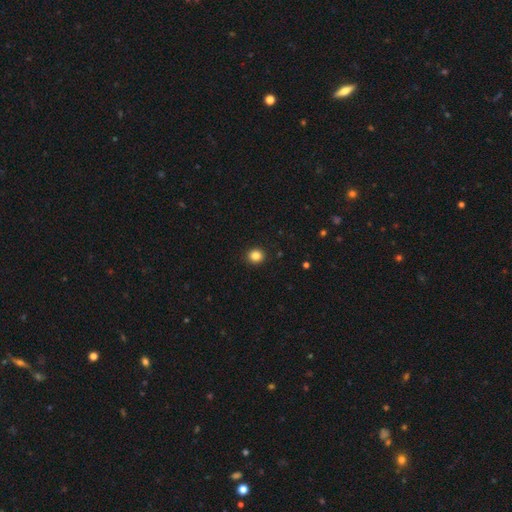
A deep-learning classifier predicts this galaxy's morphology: type=smooth (84%); roundness=round (87%); merging=none (93%).